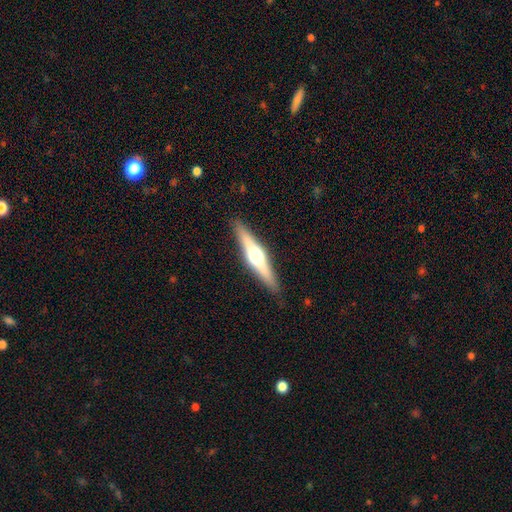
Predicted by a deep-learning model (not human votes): Overall: featured or disk (64%; smooth 30%). Edge-on disk: yes (96%). Edge-on bulge: rounded (93%). Merging: none (90%).